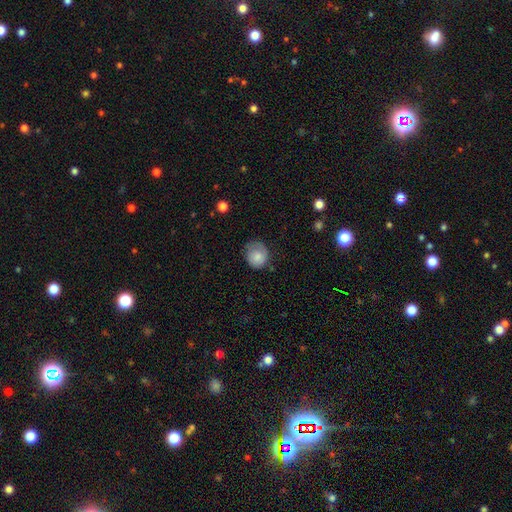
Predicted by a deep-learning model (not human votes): Morphology: type=smooth (74%); roundness=round (74%); merging=none (57%).